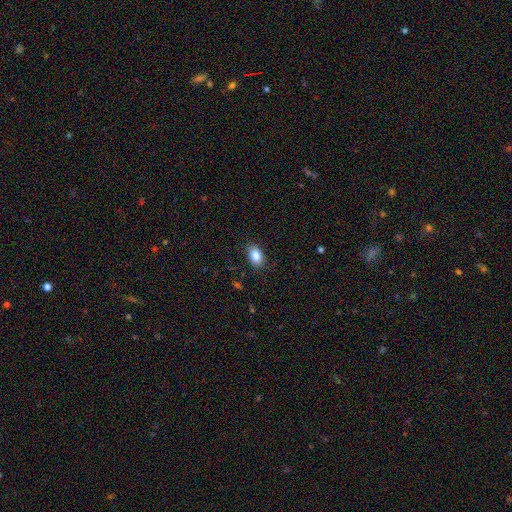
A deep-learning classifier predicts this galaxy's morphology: This appears to be a smooth galaxy with no disk features (85%) that is in between round and cigar-shaped (82%). Merging: none (86%).